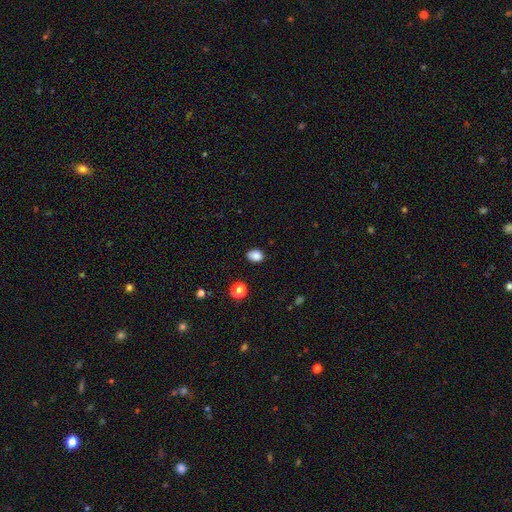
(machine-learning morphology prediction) Smooth or featured? Predicted: smooth (p=0.86). How rounded? Predicted: in between (p=0.70). Merging? Predicted: none (p=0.85).